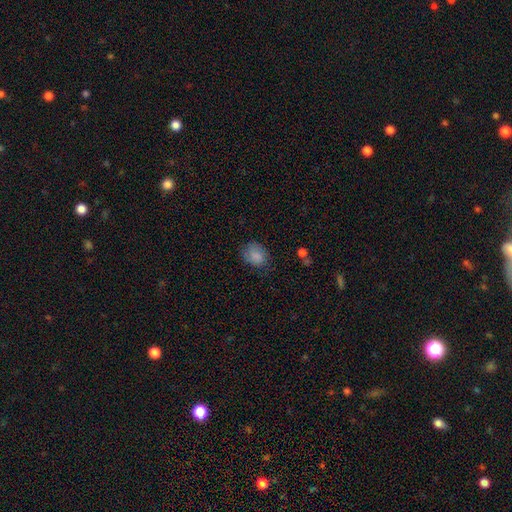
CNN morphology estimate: smooth-or-featured: smooth: 82% | featured or disk: 10% | star or artifact: 8%
  how-rounded: in between: 56% | round: 43% | cigar-shaped: 1%
  merging: none: 67% | minor disturbance: 24% | major disturbance: 7% | merger: 2%